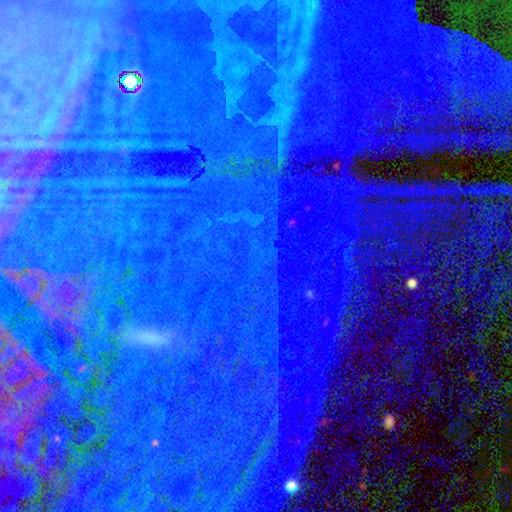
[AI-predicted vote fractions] Morphology: type=star or artifact (83%).